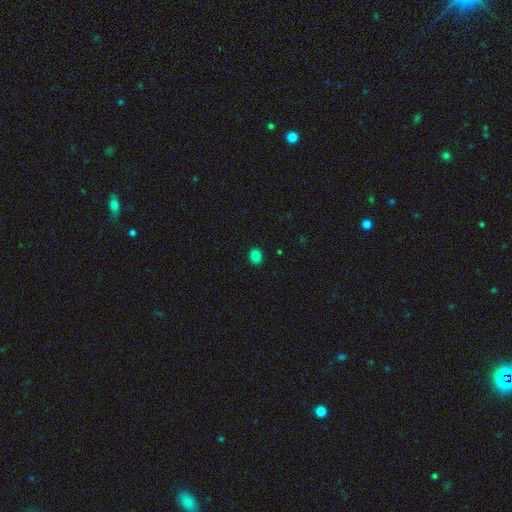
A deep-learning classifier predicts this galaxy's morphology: This is clearly a smooth galaxy (83%). How rounded: possibly round (57%). Merging: clearly none (89%).